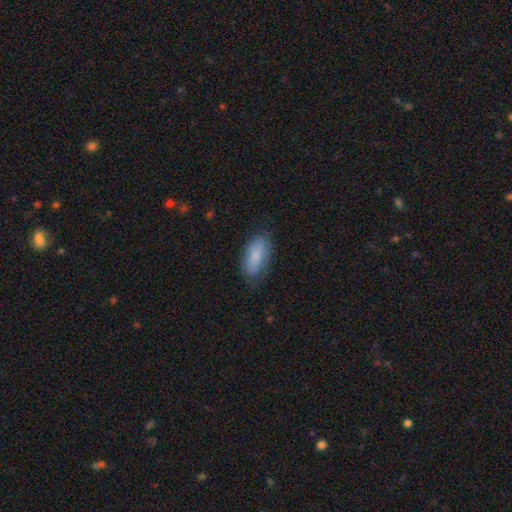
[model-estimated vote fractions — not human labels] A smooth galaxy with no disk features (82%) that is in between round and cigar-shaped (82%).

Vote fractions:
- Smooth or featured? smooth: 82% / featured or disk: 12% / star or artifact: 6%
- How rounded? in between: 82% / cigar-shaped: 15% / round: 2%
- Merging? none: 77% / minor disturbance: 18% / major disturbance: 4% / merger: 1%